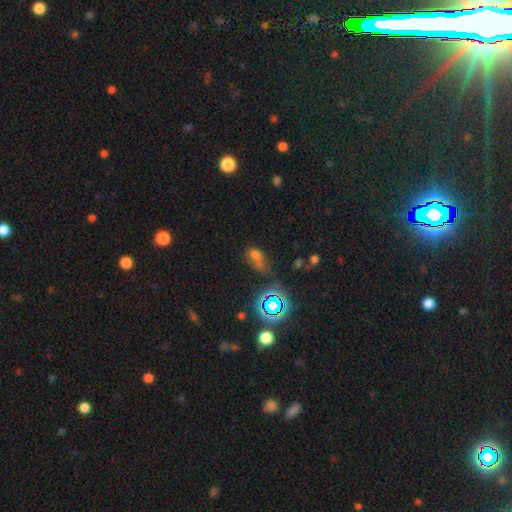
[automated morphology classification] A smooth galaxy with no disk features (51%) that is in between round and cigar-shaped (70%).

Vote fractions:
- Smooth or featured? smooth: 51% / star or artifact: 37% / featured or disk: 12%
- How rounded? in between: 70% / round: 26% / cigar-shaped: 4%
- Merging? none: 39% / minor disturbance: 22% / merger: 21% / major disturbance: 18%